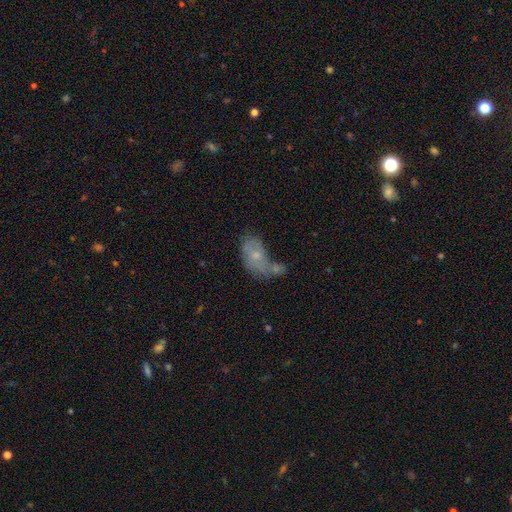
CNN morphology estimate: This is possibly a smooth galaxy (48%). Merging: marginally merger (42%).